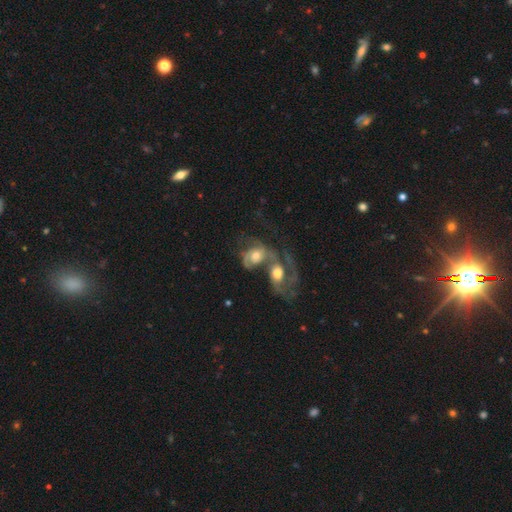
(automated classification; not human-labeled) Smooth or featured: featured or disk — 69% (smooth — 24%)
Edge-on disk: no — 96% (yes — 4%)
Bar: no — 69% (weak — 25%)
Spiral arms: yes — 85% (no — 15%)
Spiral winding: medium — 44% (loose — 28%)
Spiral arm count: 2 — 54% (can't tell — 21%)
Bulge size: moderate — 62% (large — 21%)
Merging: merger — 77% (major disturbance — 9%)